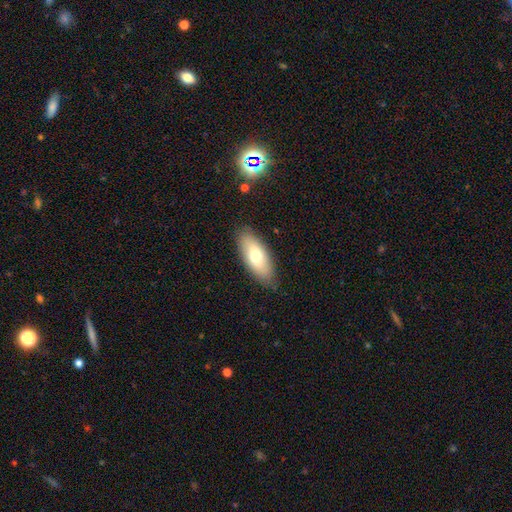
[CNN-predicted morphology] Smooth or featured?
  - smooth: 71% *
  - featured or disk: 23%
  - star or artifact: 6%
How rounded?
  - in between: 83% *
  - cigar-shaped: 15%
  - round: 2%
Merging?
  - none: 84% *
  - minor disturbance: 12%
  - major disturbance: 3%
  - merger: 1%